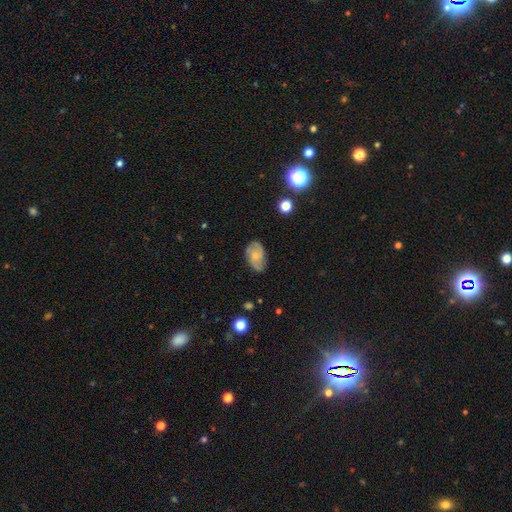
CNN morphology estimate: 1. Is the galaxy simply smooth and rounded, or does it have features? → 60% featured or disk, 32% smooth, 8% star or artifact.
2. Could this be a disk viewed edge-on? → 96% no, 4% yes.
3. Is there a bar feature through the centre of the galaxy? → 69% no, 28% weak, 4% strong.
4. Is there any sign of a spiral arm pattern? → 90% yes, 10% no.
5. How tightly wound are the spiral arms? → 45% medium, 35% tight, 20% loose.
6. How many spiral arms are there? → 68% 2, 16% can't tell, 9% 3, 3% 1, 2% 4, 2% more than 4.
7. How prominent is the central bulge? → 55% small, 28% moderate, 13% none, 2% large, 1% dominant.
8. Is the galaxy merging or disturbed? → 75% none, 19% minor disturbance, 5% major disturbance, 1% merger.